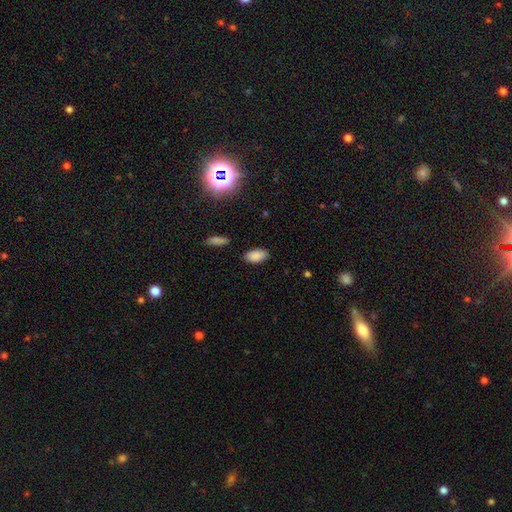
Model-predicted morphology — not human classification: type=smooth (86%); roundness=in between (93%); merging=none (85%).